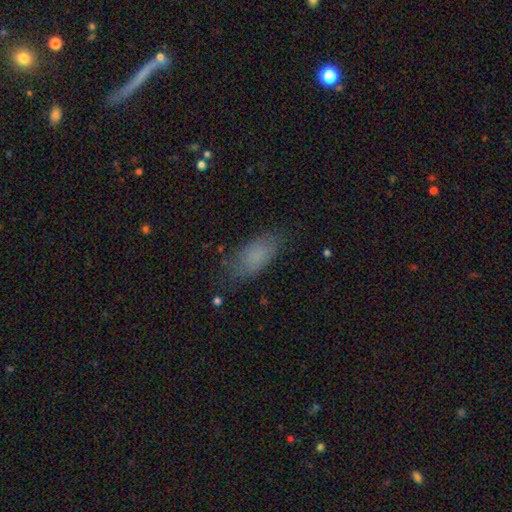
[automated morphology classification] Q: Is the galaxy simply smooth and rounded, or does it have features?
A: smooth — 79%.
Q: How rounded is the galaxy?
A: in between — 85%.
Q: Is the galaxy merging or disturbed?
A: none — 73%.